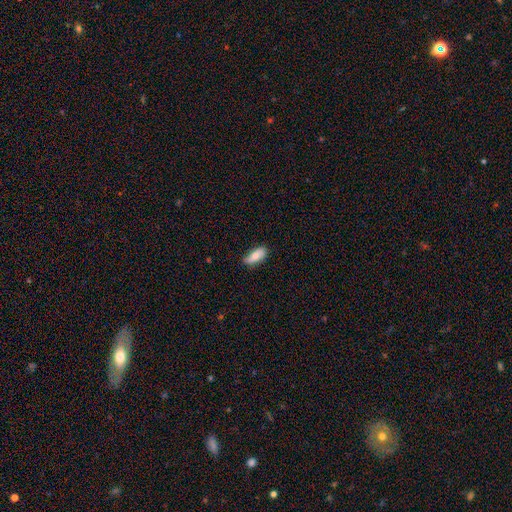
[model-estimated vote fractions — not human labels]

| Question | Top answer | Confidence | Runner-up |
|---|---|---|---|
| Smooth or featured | smooth | 78% | featured or disk (16%) |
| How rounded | in between | 79% | cigar-shaped (19%) |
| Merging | none | 79% | minor disturbance (17%) |